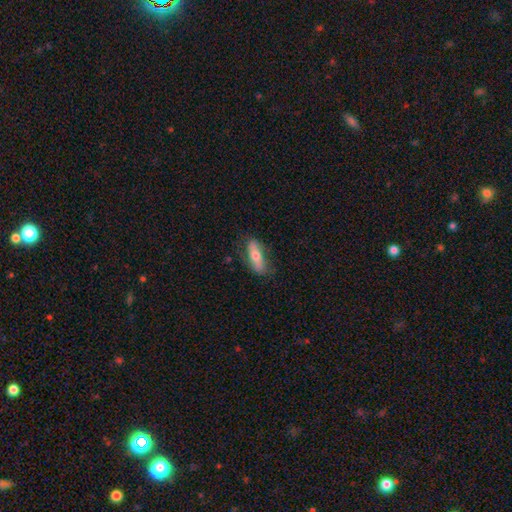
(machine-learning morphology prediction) type=smooth (52%); roundness=in between (53%); merging=none (74%).